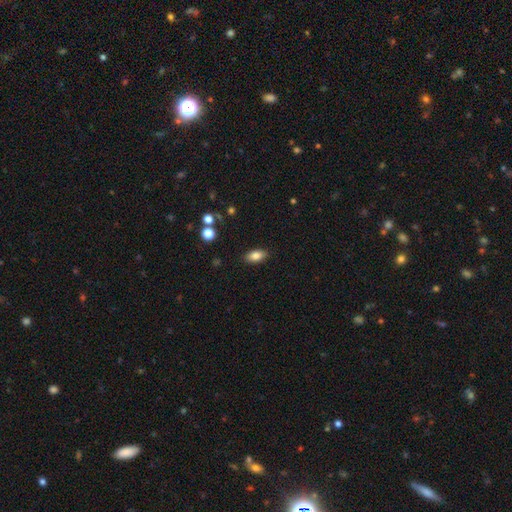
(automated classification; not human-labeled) Smooth or featured: smooth — 82% (featured or disk — 10%)
How rounded: in between — 88% (cigar-shaped — 7%)
Merging: none — 87% (minor disturbance — 9%)